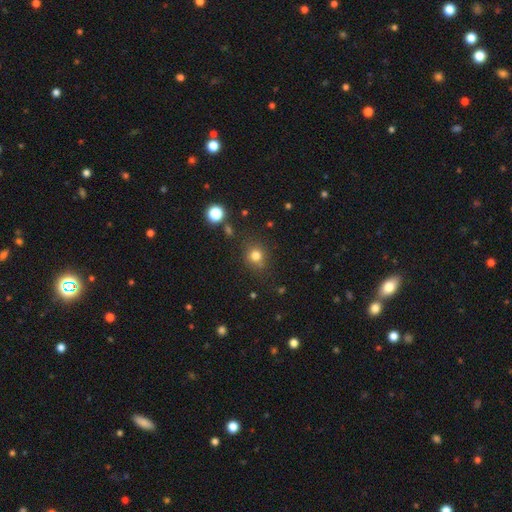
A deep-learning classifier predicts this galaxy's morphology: The model was most divided on "how rounded": round: 80%, in between: 19%, cigar-shaped: 1%. More confident: smooth or featured — smooth (79%); merging — none (78%).